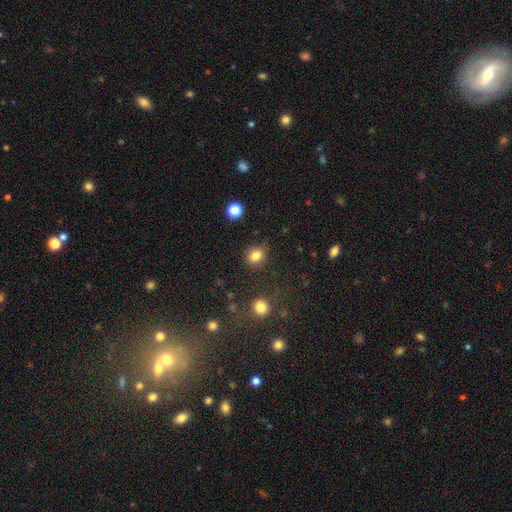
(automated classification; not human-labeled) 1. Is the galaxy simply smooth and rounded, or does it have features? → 84% smooth, 11% star or artifact, 5% featured or disk.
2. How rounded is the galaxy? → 67% round, 32% in between, 1% cigar-shaped.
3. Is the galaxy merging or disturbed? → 83% none, 11% minor disturbance, 3% major disturbance, 2% merger.